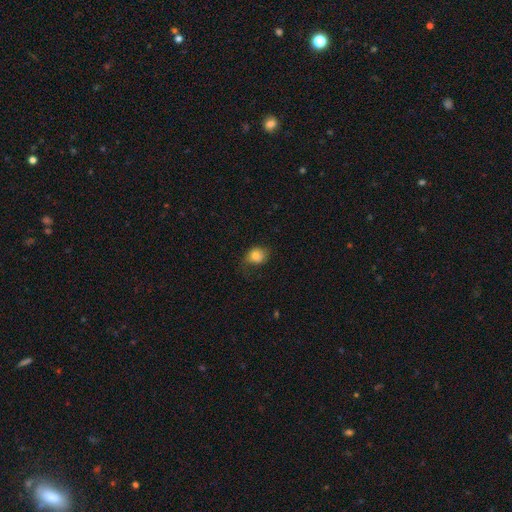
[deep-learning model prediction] Smooth or featured?
  - smooth: 80% *
  - featured or disk: 11%
  - star or artifact: 10%
How rounded?
  - round: 55% *
  - in between: 44%
  - cigar-shaped: 1%
Merging?
  - none: 54% *
  - minor disturbance: 29%
  - major disturbance: 15%
  - merger: 2%